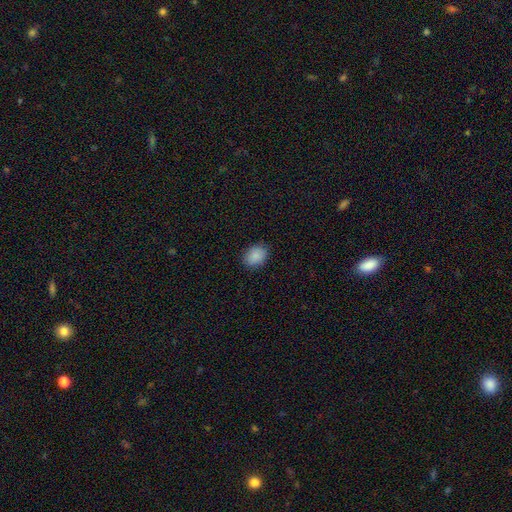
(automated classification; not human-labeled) Morphology: type=smooth (89%); roundness=in between (62%); merging=none (87%).